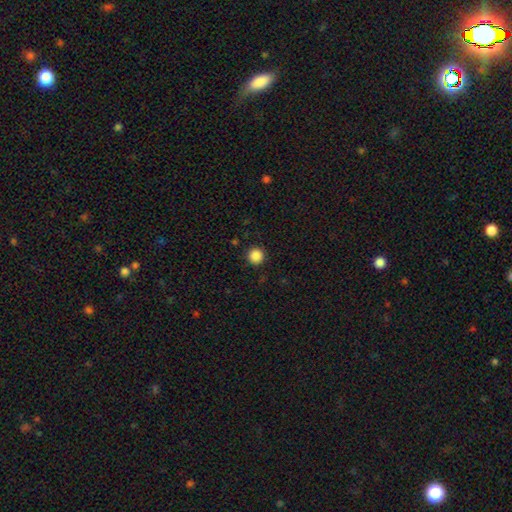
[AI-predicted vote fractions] smooth 87%, star or artifact 11%, featured or disk 2%. Down the decision tree: how rounded — round (96%); merging — none (92%).